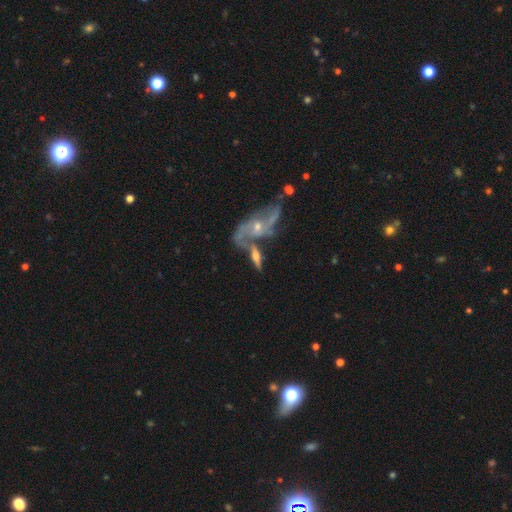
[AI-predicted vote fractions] This appears to be a featured or disk galaxy (65%) viewed edge-on (51%). Merging: merger (46%).